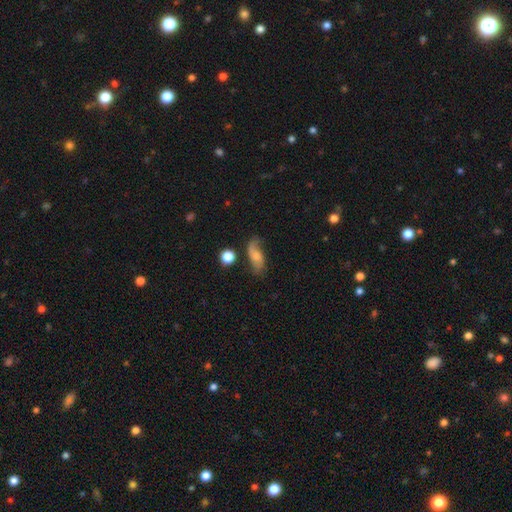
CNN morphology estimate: A featured or disk galaxy (46%).

Vote fractions:
- Smooth or featured? featured or disk: 46% / smooth: 45% / star or artifact: 10%
- Merging? none: 58% / minor disturbance: 24% / major disturbance: 13% / merger: 5%